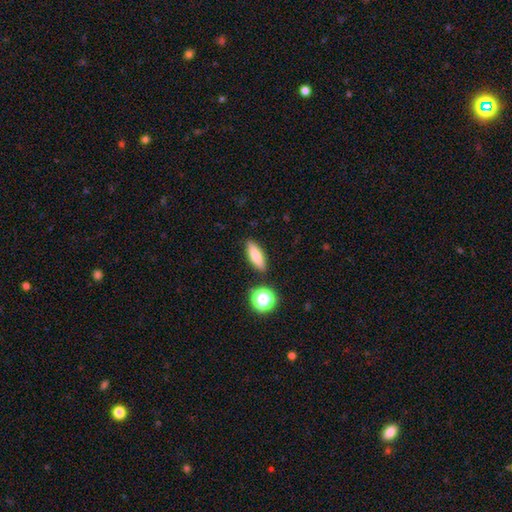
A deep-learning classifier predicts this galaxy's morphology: Smooth or featured? Predicted: smooth (p=0.80). How rounded? Predicted: in between (p=0.57). Merging? Predicted: none (p=0.86).